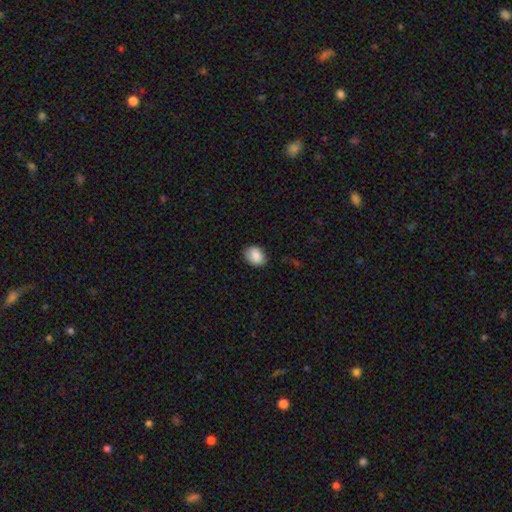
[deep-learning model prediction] This appears to be a smooth galaxy with no disk features (87%) that is in between round and cigar-shaped (69%). Merging: none (79%).